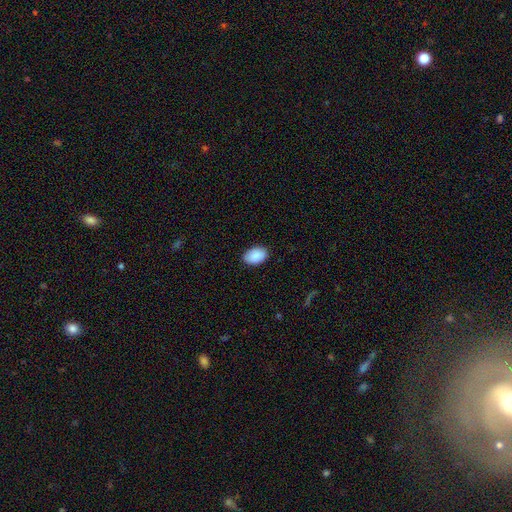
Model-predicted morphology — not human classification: smooth 90%, star or artifact 6%, featured or disk 4%. Down the decision tree: how rounded — in between (90%); merging — none (86%).